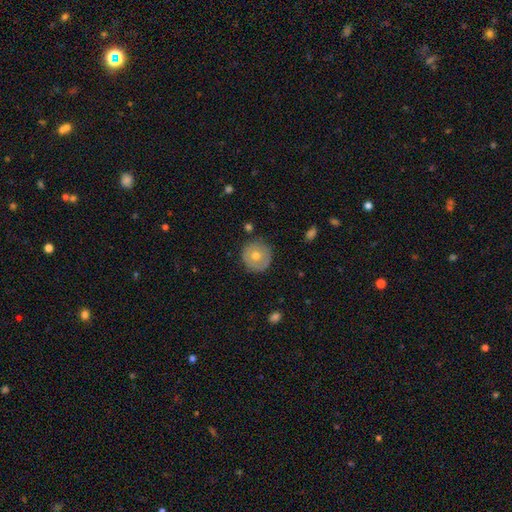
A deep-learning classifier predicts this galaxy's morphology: Smooth or featured? Predicted: smooth (p=0.58). How rounded? Predicted: round (p=0.95). Merging? Predicted: none (p=0.86).